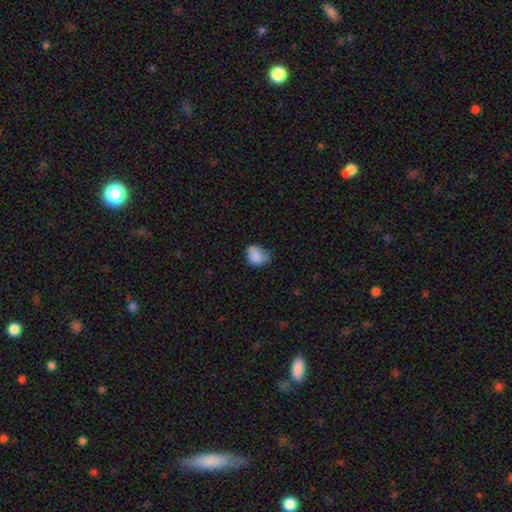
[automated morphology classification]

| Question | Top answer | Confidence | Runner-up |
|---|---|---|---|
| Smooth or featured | smooth | 77% | featured or disk (14%) |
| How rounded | in between | 55% | round (44%) |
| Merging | none | 46% | minor disturbance (38%) |